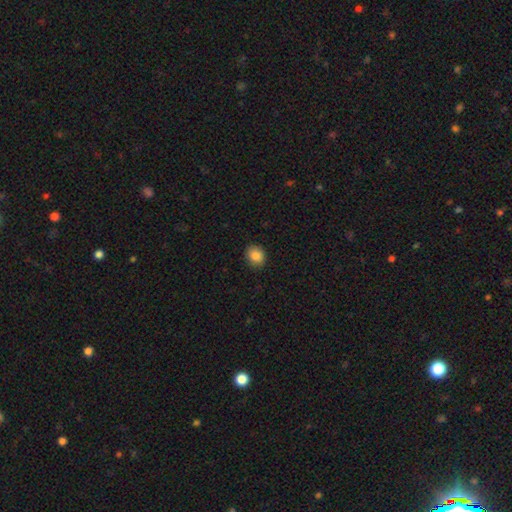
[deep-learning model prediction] Overall: smooth (87%). How rounded: round (67%; in between 32%). Merging: none (88%).